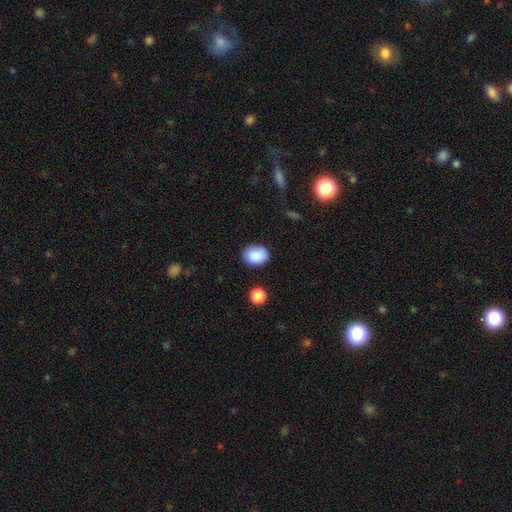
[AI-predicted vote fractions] smooth 88%, star or artifact 8%, featured or disk 4%. Down the decision tree: how rounded — in between (62%); merging — none (84%).